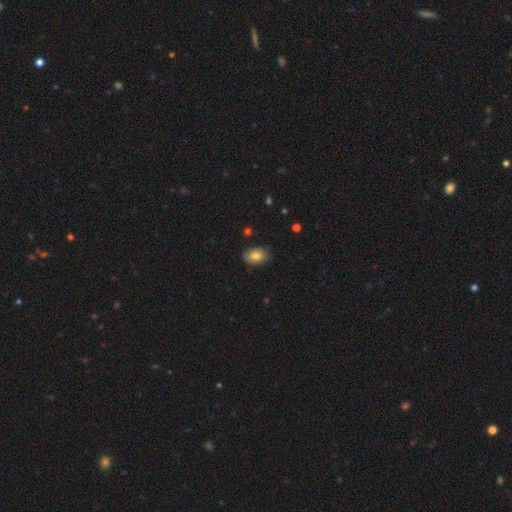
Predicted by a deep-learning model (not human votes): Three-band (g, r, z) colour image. It shows a smooth galaxy with no disk features (81%) that is in between round and cigar-shaped (88%). Merging: none (86%).